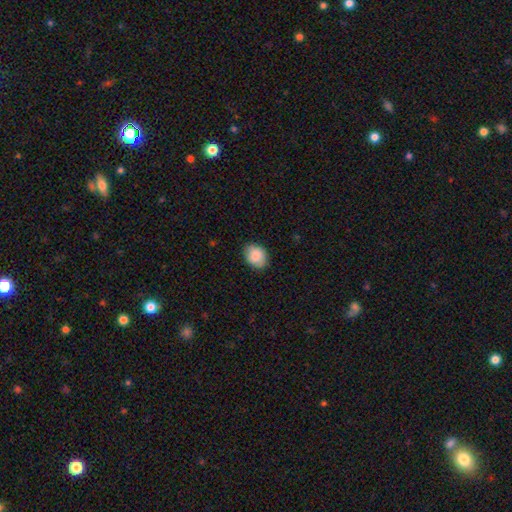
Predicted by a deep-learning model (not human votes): smooth-or-featured: smooth: 84% | featured or disk: 9% | star or artifact: 7%
  how-rounded: in between: 55% | round: 44% | cigar-shaped: 1%
  merging: none: 81% | minor disturbance: 15% | major disturbance: 3% | merger: 1%